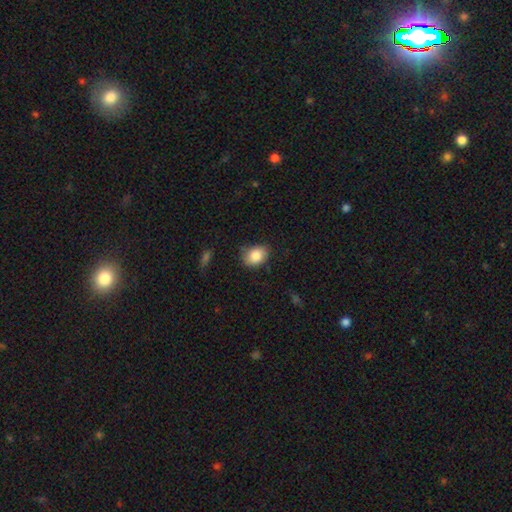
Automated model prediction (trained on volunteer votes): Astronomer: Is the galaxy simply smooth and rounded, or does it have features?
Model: smooth — 85%.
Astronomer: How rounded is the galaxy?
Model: in between — 65%.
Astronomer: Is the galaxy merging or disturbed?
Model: none — 73%.